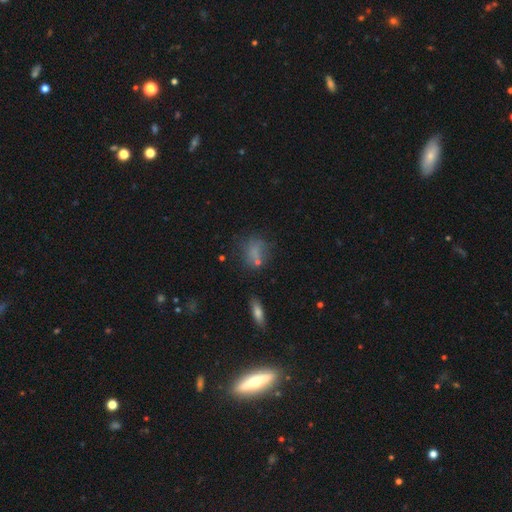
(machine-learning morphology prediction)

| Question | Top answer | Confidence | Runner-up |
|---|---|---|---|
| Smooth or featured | smooth | 64% | star or artifact (21%) |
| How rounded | in between | 50% | round (44%) |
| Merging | none | 62% | minor disturbance (20%) |